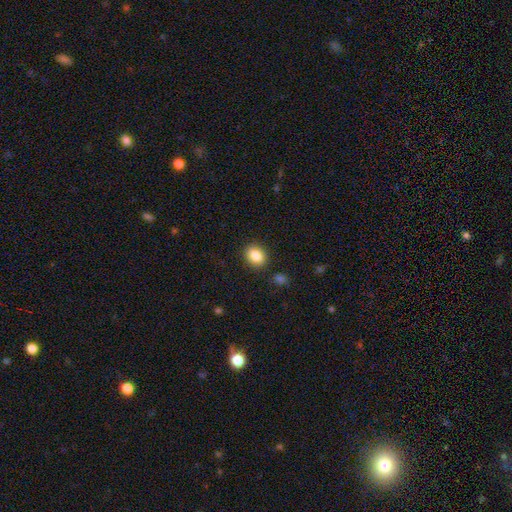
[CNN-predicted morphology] This is clearly a smooth galaxy (86%). How rounded: possibly in between (53%). Merging: clearly none (87%).